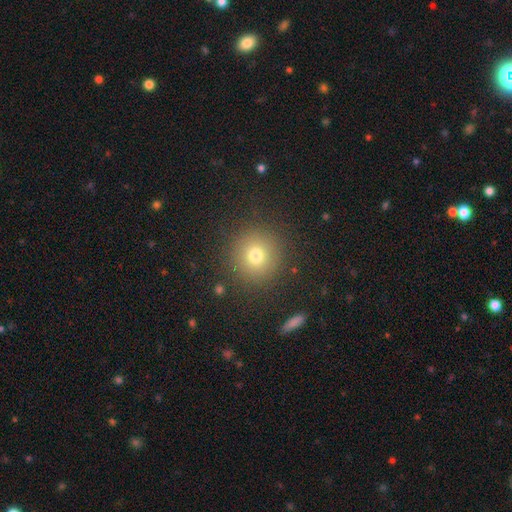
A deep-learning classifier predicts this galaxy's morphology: This is likely a smooth galaxy (74%). How rounded: clearly round (93%). Merging: clearly none (89%).